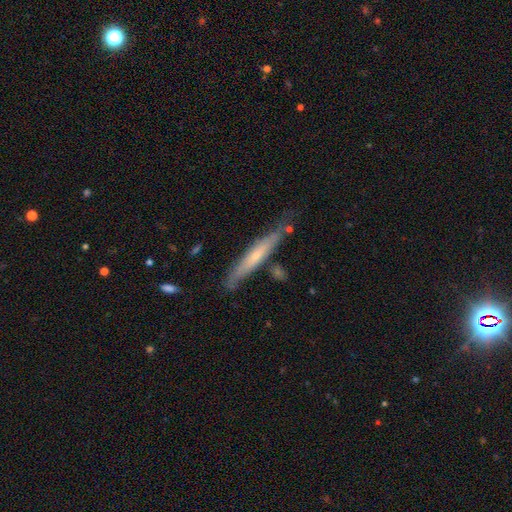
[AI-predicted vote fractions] This is possibly a featured or disk galaxy (54%). It is clearly viewed edge-on (83%). Merging: likely none (72%).